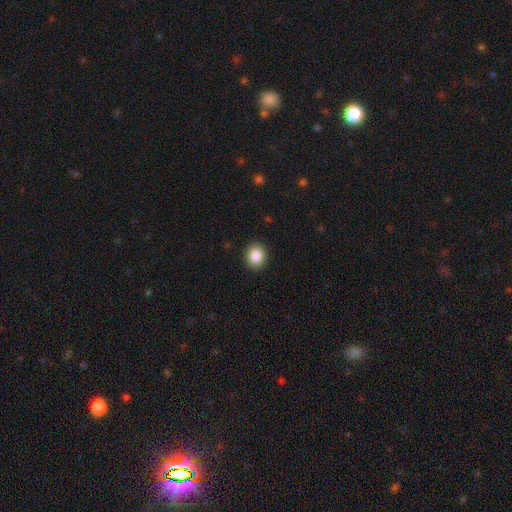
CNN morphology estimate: Q: Smooth or featured?
A: smooth (86%); runner-up: star or artifact (9%)
Q: How rounded?
A: round (65%); runner-up: in between (34%)
Q: Merging?
A: none (91%); runner-up: minor disturbance (6%)